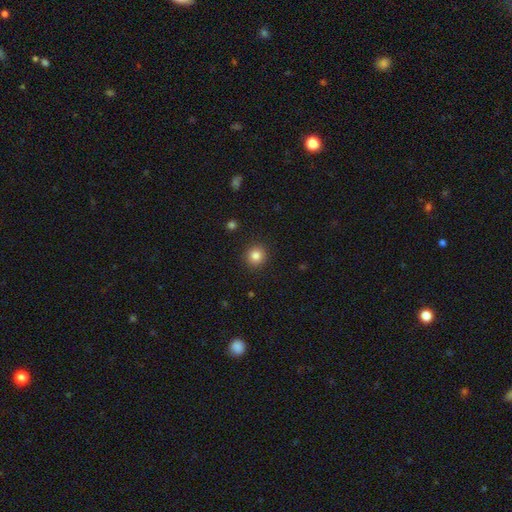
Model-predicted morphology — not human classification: smooth-or-featured: smooth: 84% | star or artifact: 11% | featured or disk: 5%
  how-rounded: round: 91% | in between: 8% | cigar-shaped: 1%
  merging: none: 91% | minor disturbance: 6% | major disturbance: 2% | merger: 1%